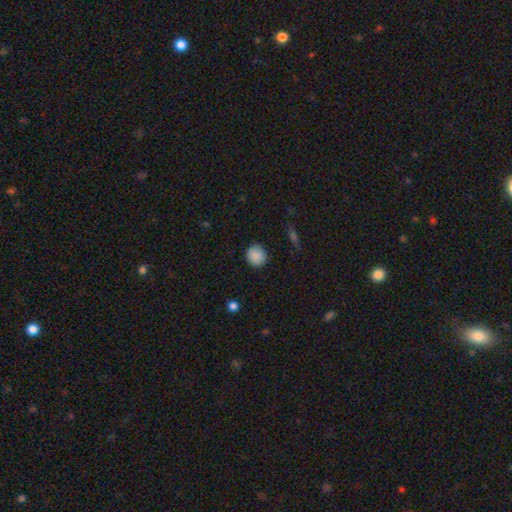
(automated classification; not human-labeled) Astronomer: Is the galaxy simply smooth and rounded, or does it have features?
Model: smooth — 89%.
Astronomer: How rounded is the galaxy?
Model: round — 83%.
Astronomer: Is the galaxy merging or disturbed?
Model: none — 87%.